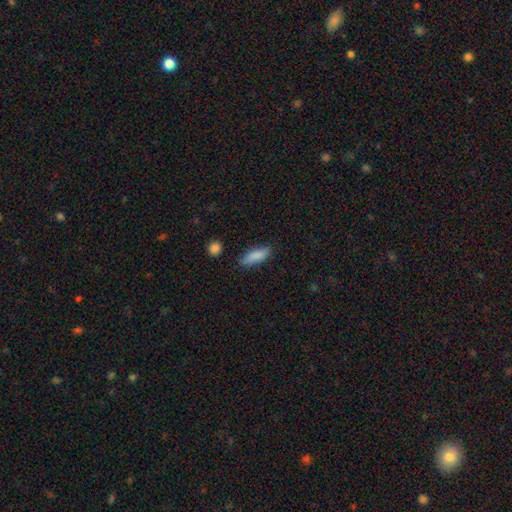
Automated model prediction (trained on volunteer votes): Smooth or featured: smooth — 85% (featured or disk — 9%)
How rounded: in between — 50% (cigar-shaped — 48%)
Merging: none — 82% (minor disturbance — 13%)